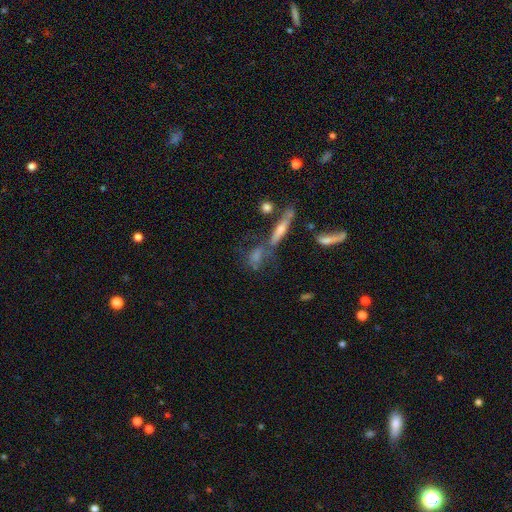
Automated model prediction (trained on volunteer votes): Smooth or featured?
  - featured or disk: 44% *
  - smooth: 39%
  - star or artifact: 17%
Merging?
  - none: 45% *
  - merger: 26%
  - minor disturbance: 16%
  - major disturbance: 13%